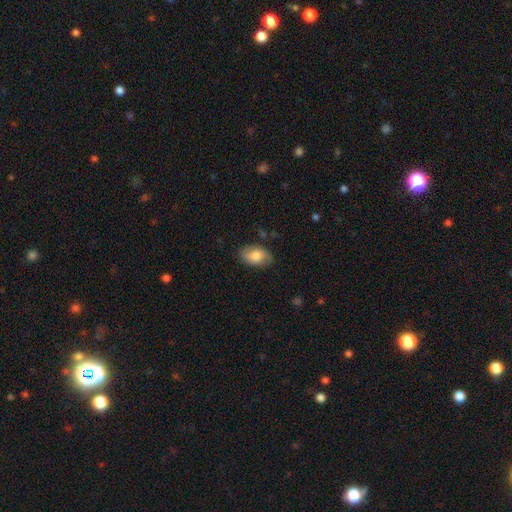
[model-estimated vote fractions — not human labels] Smooth or featured?
  - smooth: 76% *
  - featured or disk: 17%
  - star or artifact: 7%
How rounded?
  - in between: 92% *
  - round: 7%
  - cigar-shaped: 1%
Merging?
  - none: 78% *
  - minor disturbance: 17%
  - major disturbance: 4%
  - merger: 1%